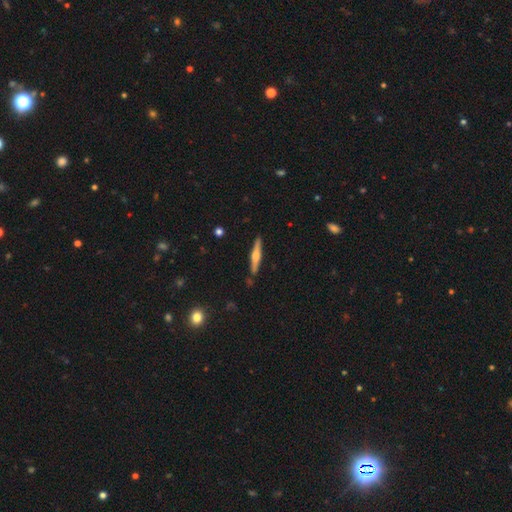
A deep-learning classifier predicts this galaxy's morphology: smooth-or-featured: featured or disk: 64% | smooth: 31% | star or artifact: 6%
  disk-edge-on: yes: 97% | no: 3%
    edge-on-bulge: rounded: 87% | boxy: 8% | none: 5%
  merging: none: 89% | minor disturbance: 8% | merger: 2% | major disturbance: 2%